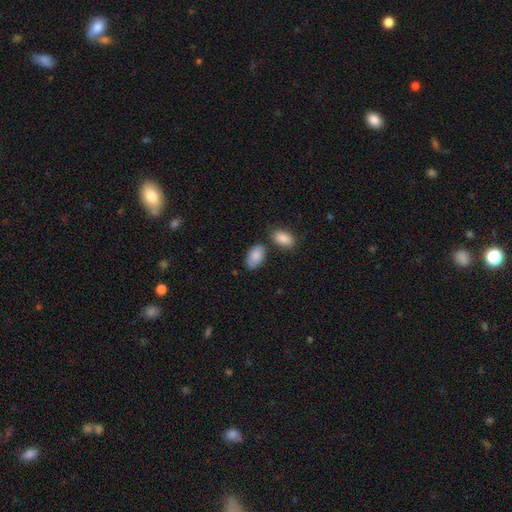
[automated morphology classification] smooth_or_featured: smooth (p=0.86) [alt: featured or disk p=0.08]
how_rounded: in between (p=0.93) [alt: round p=0.05]
merging: none (p=0.65) [alt: minor disturbance p=0.18]